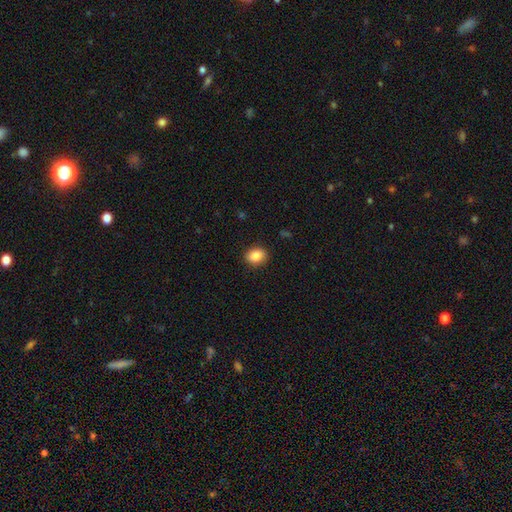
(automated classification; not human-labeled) A smooth galaxy with no disk features (88%) that is in between round and cigar-shaped (58%). Merging: none (89%).